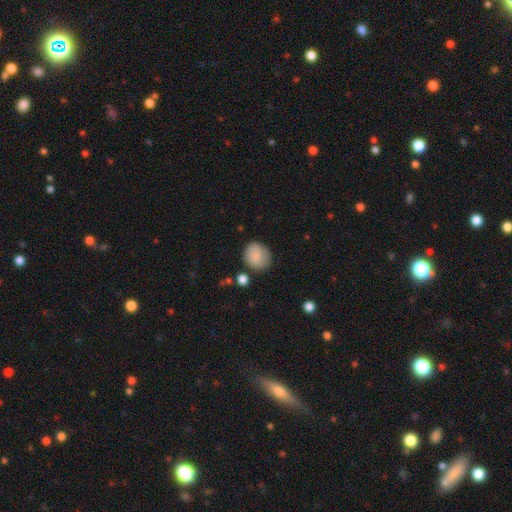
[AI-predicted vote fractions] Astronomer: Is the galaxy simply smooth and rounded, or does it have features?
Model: smooth — 84%.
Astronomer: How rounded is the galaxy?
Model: round — 77%.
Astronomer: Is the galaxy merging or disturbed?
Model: none — 78%.